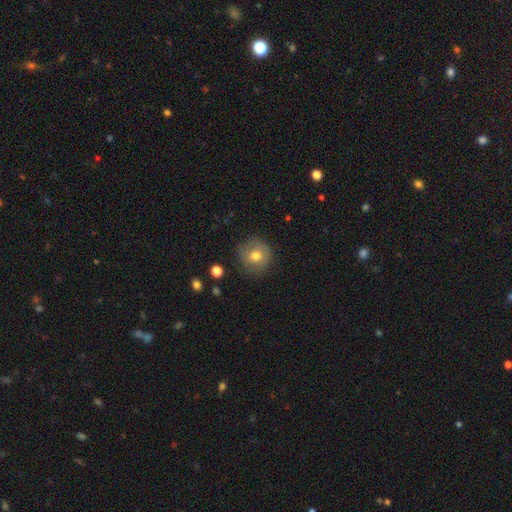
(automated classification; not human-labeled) This is likely a smooth galaxy (71%). How rounded: clearly round (92%). Merging: clearly none (81%).